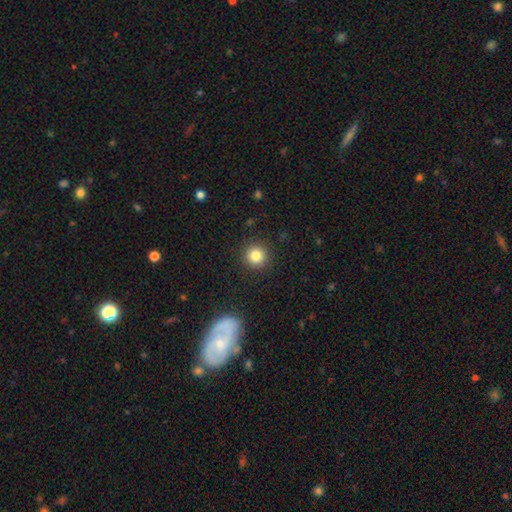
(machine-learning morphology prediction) Smooth or featured? Predicted: smooth (p=0.83). How rounded? Predicted: round (p=0.94). Merging? Predicted: none (p=0.91).